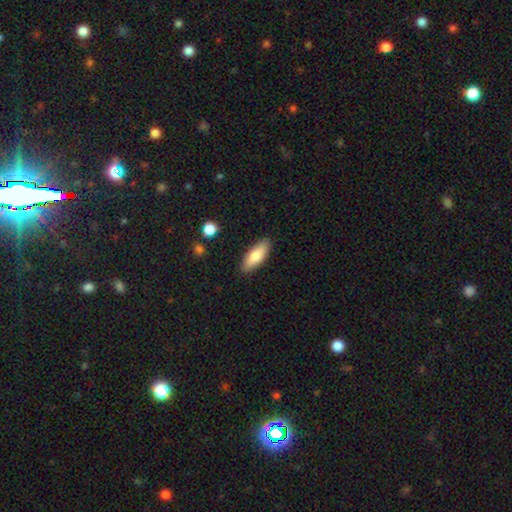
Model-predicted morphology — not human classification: A smooth galaxy with no disk features (77%) that is in between round and cigar-shaped (70%). Merging: none (88%).